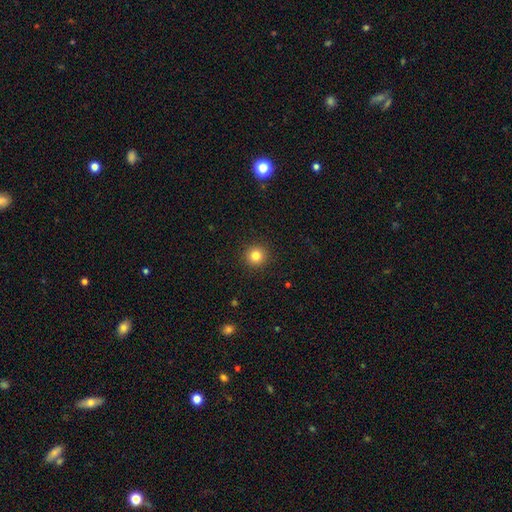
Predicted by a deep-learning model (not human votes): The model was most divided on "smooth or featured": smooth: 82%, star or artifact: 12%, featured or disk: 6%. More confident: how rounded — round (95%); merging — none (93%).